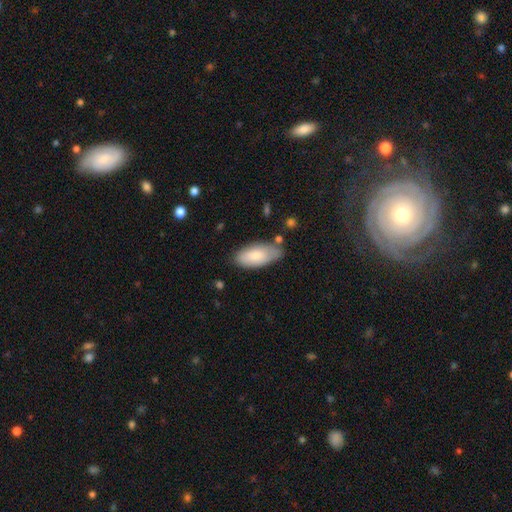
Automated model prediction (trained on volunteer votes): Smooth or featured: smooth — 78% (featured or disk — 16%)
How rounded: in between — 91% (cigar-shaped — 7%)
Merging: none — 68% (minor disturbance — 23%)